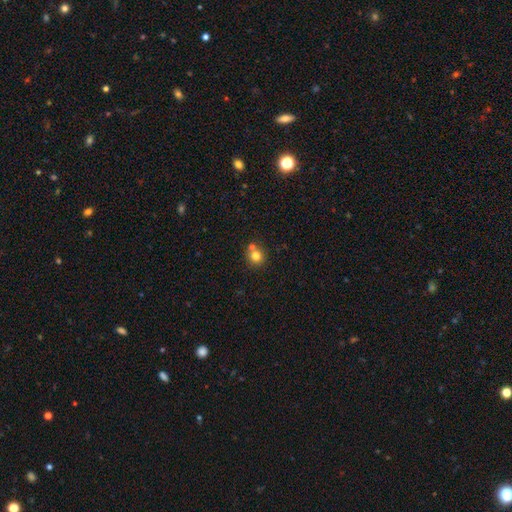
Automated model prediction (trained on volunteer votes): Q: Smooth or featured?
A: smooth (78%); runner-up: star or artifact (13%)
Q: How rounded?
A: round (89%); runner-up: in between (10%)
Q: Merging?
A: none (63%); runner-up: merger (27%)